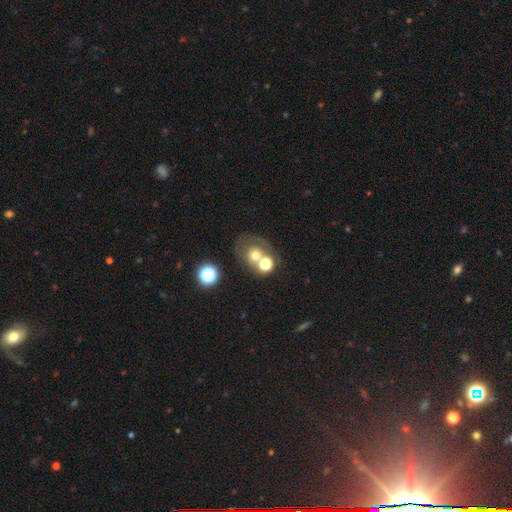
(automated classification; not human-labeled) smooth_or_featured: smooth (p=0.59) [alt: featured or disk p=0.25]
how_rounded: round (p=0.74) [alt: in between p=0.25]
merging: none (p=0.43) [alt: merger p=0.40]